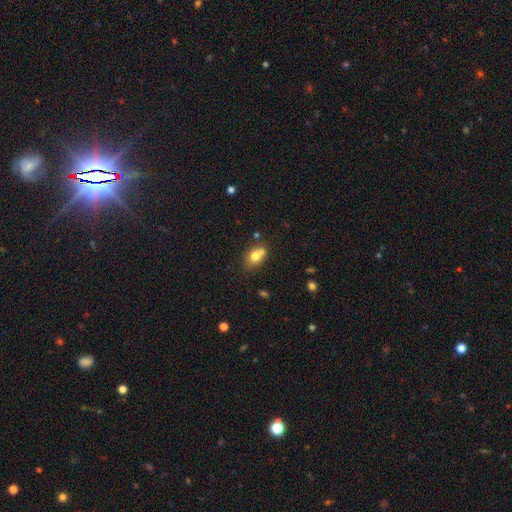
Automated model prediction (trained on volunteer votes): smooth_or_featured: smooth (p=0.74) [alt: featured or disk p=0.15]
how_rounded: in between (p=0.50) [alt: round p=0.49]
merging: none (p=0.47) [alt: merger p=0.35]